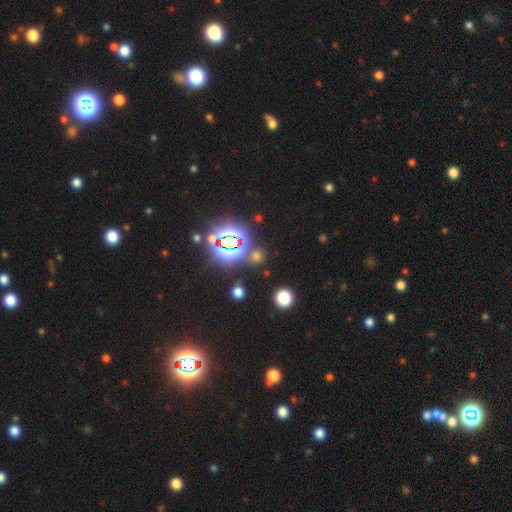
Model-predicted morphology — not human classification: This is possibly a star or artifact rather than a galaxy (54%).